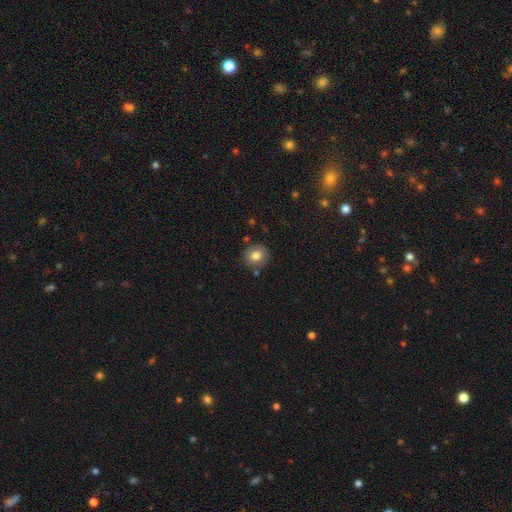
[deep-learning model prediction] This is likely a smooth galaxy (79%). How rounded: likely round (79%). Merging: likely none (80%).